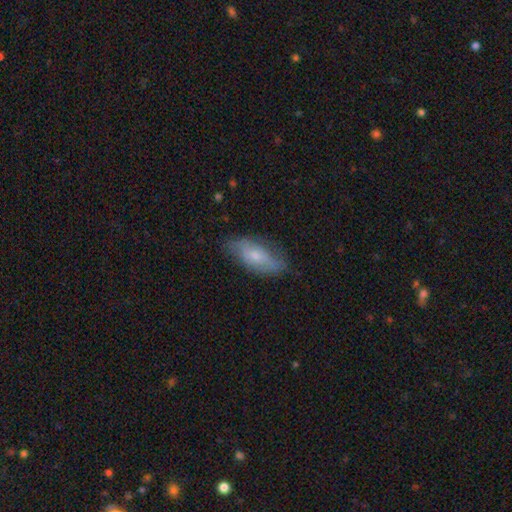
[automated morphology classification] This is possibly a smooth galaxy (54%). How rounded: clearly in between (84%). Merging: likely none (69%).